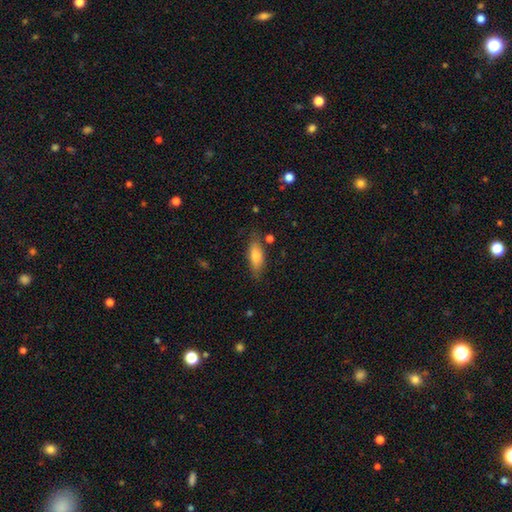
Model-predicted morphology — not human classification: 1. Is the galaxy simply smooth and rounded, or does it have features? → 76% smooth, 18% featured or disk, 7% star or artifact.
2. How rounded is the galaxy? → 67% in between, 30% cigar-shaped, 2% round.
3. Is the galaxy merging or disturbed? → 77% none, 16% minor disturbance, 4% major disturbance, 3% merger.